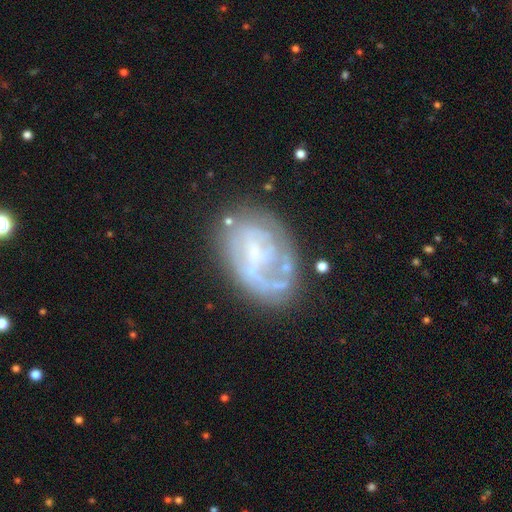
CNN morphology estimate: Overall: featured or disk (71%). Edge-on disk: no (97%). Bar: no (54%; weak 33%). Spiral arms: yes (62%; no 38%). Bulge size: none (48%; small 28%). Merging: none (52%; minor disturbance 23%).